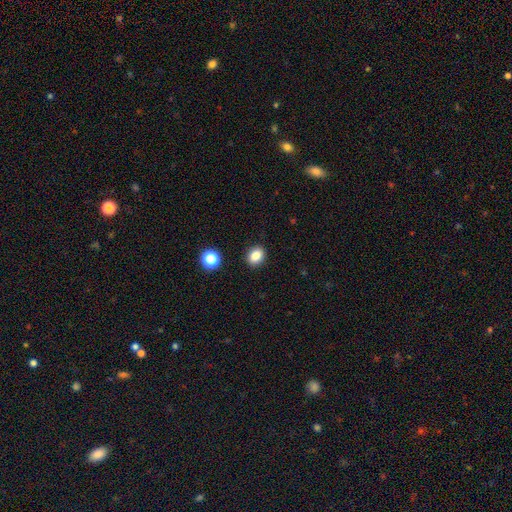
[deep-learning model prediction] smooth_or_featured: smooth (p=0.84) [alt: star or artifact p=0.11]
how_rounded: in between (p=0.51) [alt: round p=0.48]
merging: none (p=0.90) [alt: minor disturbance p=0.07]